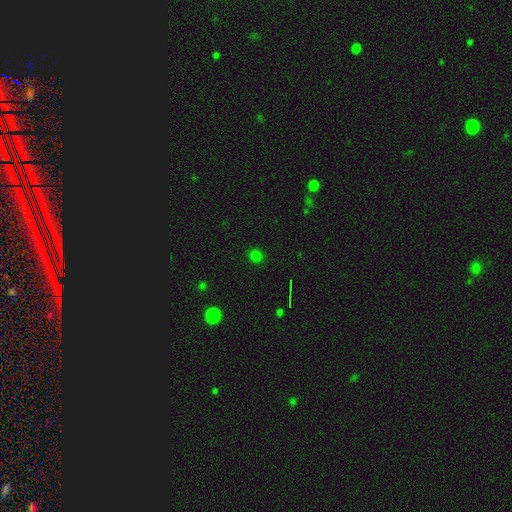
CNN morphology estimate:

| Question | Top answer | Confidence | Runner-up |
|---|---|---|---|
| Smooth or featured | smooth | 72% | star or artifact (24%) |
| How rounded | round | 88% | in between (11%) |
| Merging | none | 89% | minor disturbance (7%) |